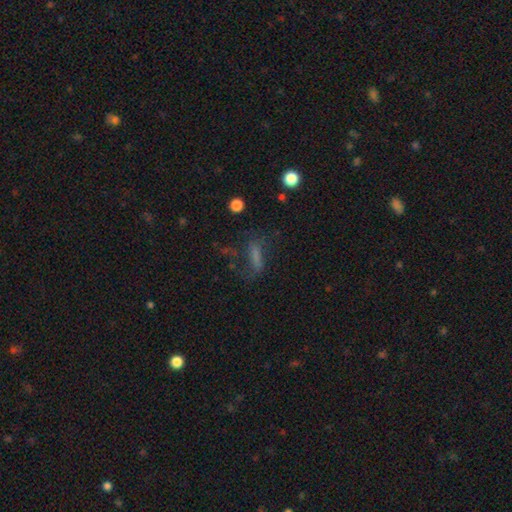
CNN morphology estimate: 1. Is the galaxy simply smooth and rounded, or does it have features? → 53% smooth, 27% featured or disk, 20% star or artifact.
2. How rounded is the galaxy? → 55% cigar-shaped, 38% in between, 7% round.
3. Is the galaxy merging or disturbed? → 47% none, 29% major disturbance, 21% minor disturbance, 4% merger.